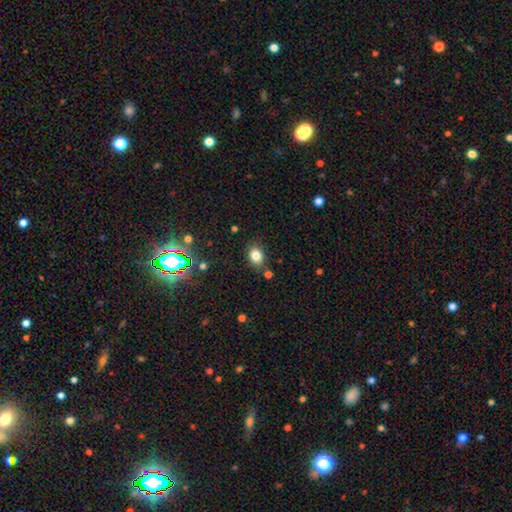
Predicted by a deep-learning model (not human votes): This is clearly a smooth galaxy (82%). How rounded: possibly in between (57%). Merging: likely none (79%).